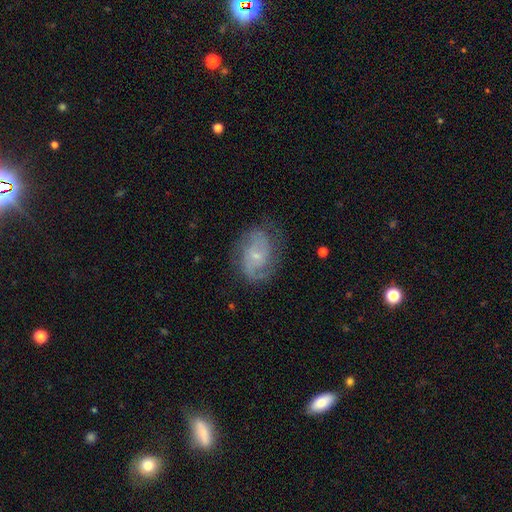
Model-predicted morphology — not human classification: A featured or disk galaxy (78%) with no bar (63%), 2 (65%) medium (45%) spiral arms (94%) and a small central bulge (73%).

Vote fractions:
- Smooth or featured? featured or disk: 78% / smooth: 14% / star or artifact: 7%
- Edge-on disk? no: 97% / yes: 3%
- Bar? no: 63% / weak: 32% / strong: 5%
- Spiral arms? yes: 94% / no: 6%
- Spiral winding? medium: 45% / tight: 39% / loose: 17%
- Spiral arm count? 2: 65% / can't tell: 17% / 3: 8% / 1: 5% / 4: 3% / more than 4: 3%
- Bulge size? small: 73% / moderate: 20% / none: 5% / large: 1% / dominant: 1%
- Merging? none: 73% / minor disturbance: 18% / major disturbance: 8% / merger: 1%